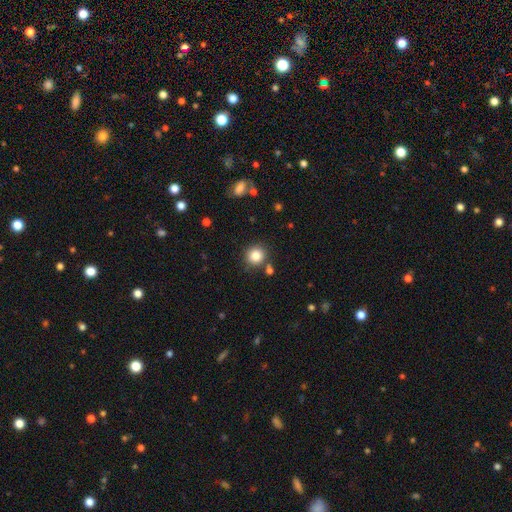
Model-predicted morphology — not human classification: The model was most divided on "smooth or featured": smooth: 83%, star or artifact: 11%, featured or disk: 6%. More confident: how rounded — round (91%); merging — none (82%).